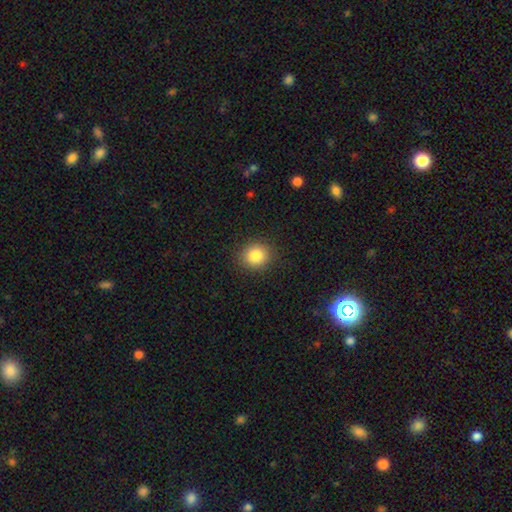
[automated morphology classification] smooth-or-featured: smooth: 85% | star or artifact: 10% | featured or disk: 5%
  how-rounded: round: 84% | in between: 15% | cigar-shaped: 1%
  merging: none: 90% | minor disturbance: 7% | major disturbance: 2% | merger: 1%